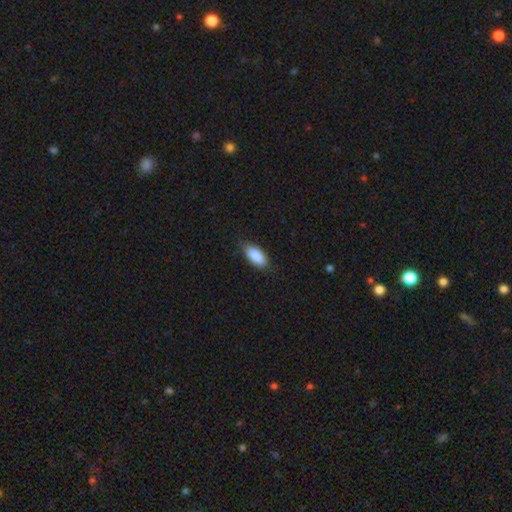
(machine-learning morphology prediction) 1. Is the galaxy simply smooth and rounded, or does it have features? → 90% smooth, 6% star or artifact, 4% featured or disk.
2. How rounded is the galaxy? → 90% in between, 8% cigar-shaped, 2% round.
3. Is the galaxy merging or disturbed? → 80% none, 16% minor disturbance, 3% major disturbance, 1% merger.